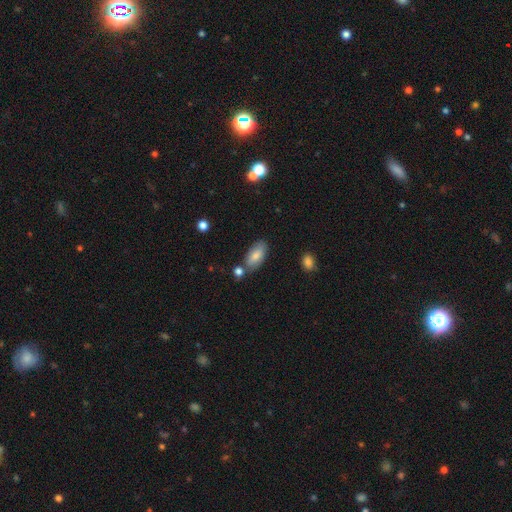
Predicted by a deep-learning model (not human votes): The model was most divided on "merging": none: 71%, minor disturbance: 15%, merger: 10%, major disturbance: 3%. More confident: how rounded — in between (90%); smooth or featured — smooth (80%).